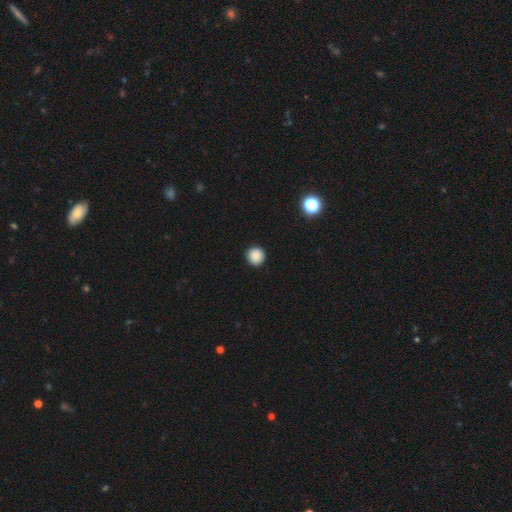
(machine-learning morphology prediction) This is clearly a smooth galaxy (87%). How rounded: clearly round (95%). Merging: clearly none (93%).